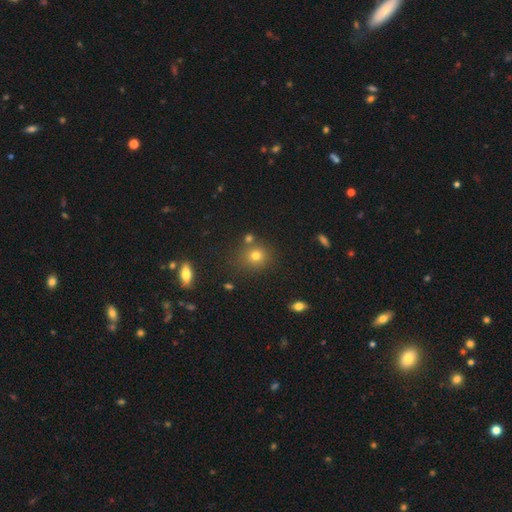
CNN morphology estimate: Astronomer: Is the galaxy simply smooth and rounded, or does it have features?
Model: smooth — 71%.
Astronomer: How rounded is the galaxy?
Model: round — 87%.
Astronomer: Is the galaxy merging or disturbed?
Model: none — 76%.